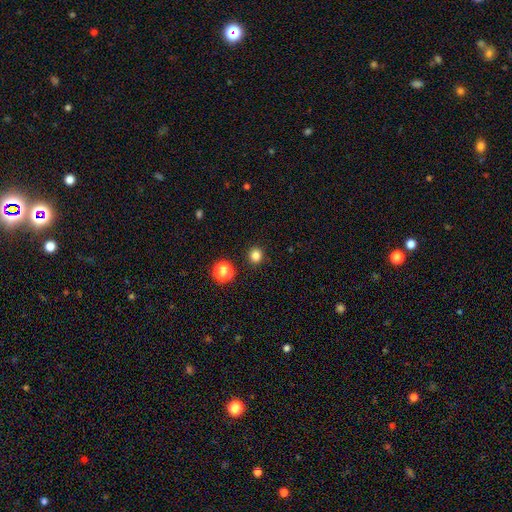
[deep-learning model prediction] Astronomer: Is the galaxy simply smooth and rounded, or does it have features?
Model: smooth — 82%.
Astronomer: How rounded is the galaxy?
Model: round — 91%.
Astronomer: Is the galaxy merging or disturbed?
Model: none — 91%.